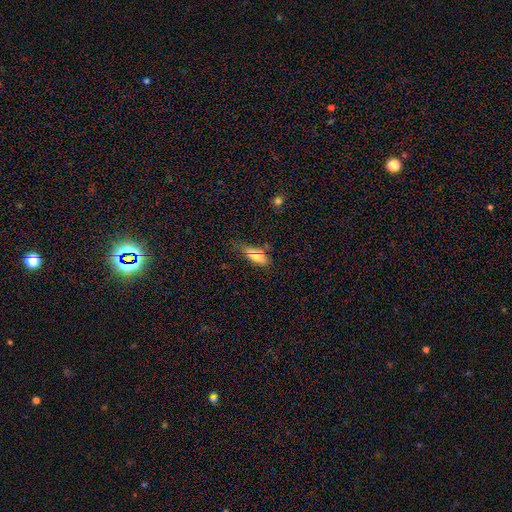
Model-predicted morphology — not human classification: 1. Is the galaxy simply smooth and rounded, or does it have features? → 71% smooth, 15% featured or disk, 14% star or artifact.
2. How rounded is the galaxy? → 78% in between, 18% cigar-shaped, 4% round.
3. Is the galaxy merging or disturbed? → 64% none, 24% minor disturbance, 8% major disturbance, 4% merger.